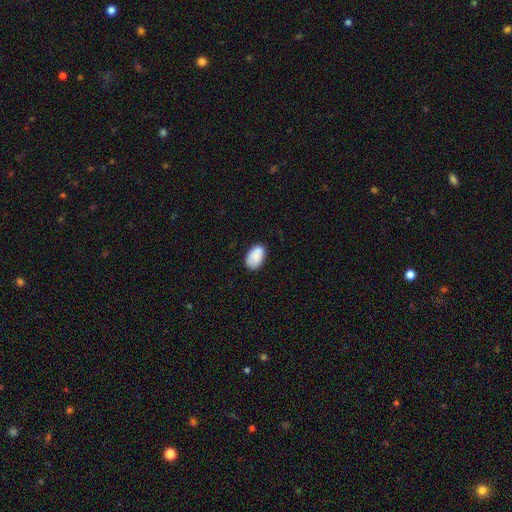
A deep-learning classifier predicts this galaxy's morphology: type=smooth (86%); roundness=in between (91%); merging=none (77%).